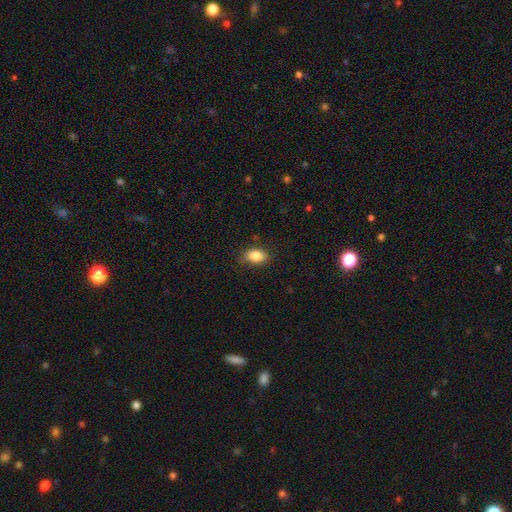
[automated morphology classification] The model was most divided on "merging": none: 83%, minor disturbance: 13%, major disturbance: 3%, merger: 1%. More confident: smooth or featured — smooth (86%); how rounded — in between (85%).